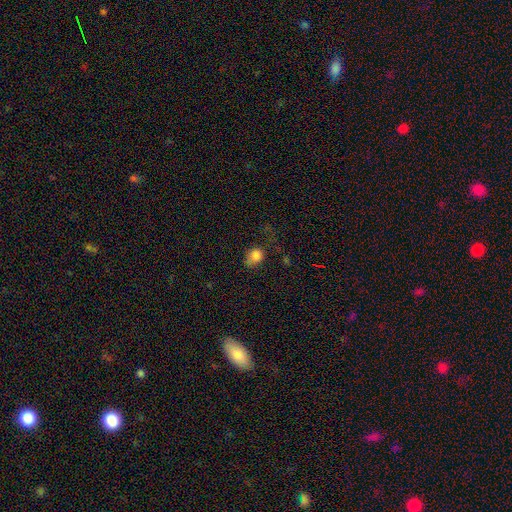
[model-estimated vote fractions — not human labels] Overall: smooth (81%). How rounded: in between (49%, tied with round). Merging: none (38%; minor disturbance 29%).